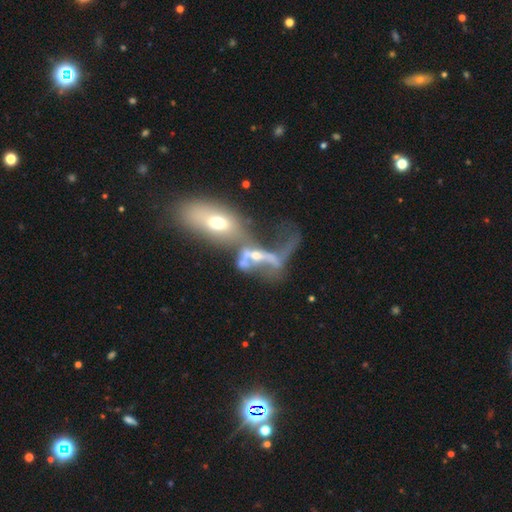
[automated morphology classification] Smooth or featured? Predicted: featured or disk (p=0.61). Edge-on disk? Predicted: no (p=0.85). Bar? Predicted: no (p=0.65). Spiral arms? Predicted: no (p=0.56). Bulge size? Predicted: moderate (p=0.50). Merging? Predicted: merger (p=0.65).